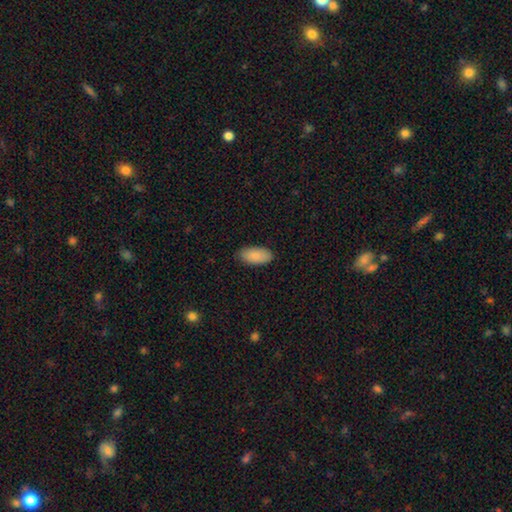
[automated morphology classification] Smooth or featured? smooth (88%)
How rounded? in between (94%)
Merging? none (85%)